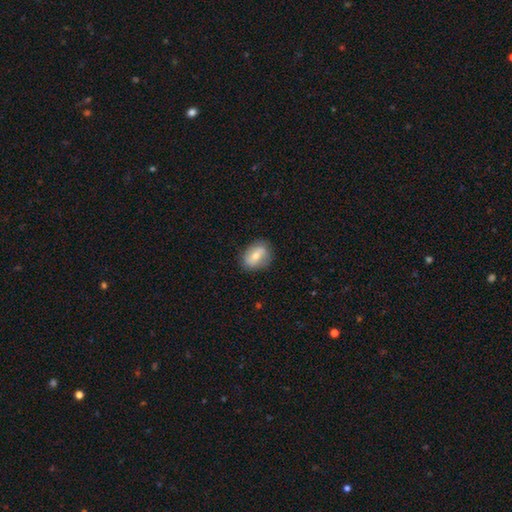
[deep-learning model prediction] Smooth or featured: smooth — 63% (featured or disk — 29%)
How rounded: in between — 70% (round — 28%)
Merging: none — 81% (minor disturbance — 14%)